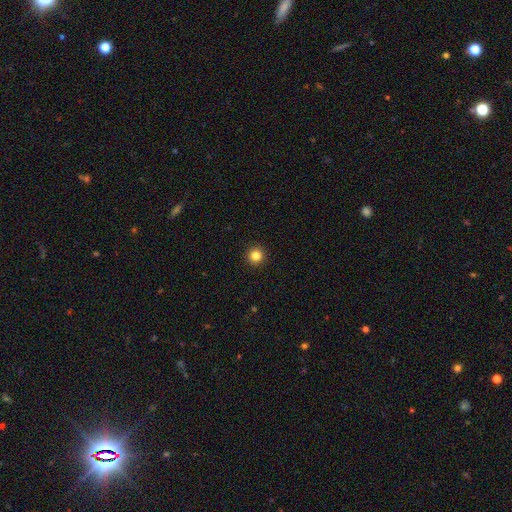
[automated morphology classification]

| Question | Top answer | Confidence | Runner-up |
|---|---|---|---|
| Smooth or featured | smooth | 84% | star or artifact (12%) |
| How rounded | round | 96% | in between (3%) |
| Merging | none | 94% | minor disturbance (4%) |